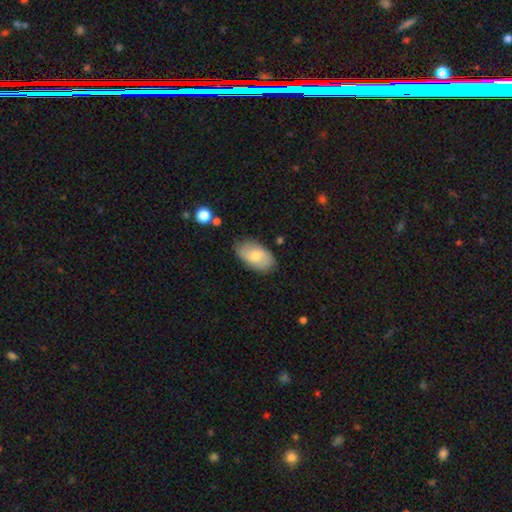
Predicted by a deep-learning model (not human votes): This appears to be a smooth galaxy with no disk features (67%) that is in between round and cigar-shaped (94%). Merging: none (80%).